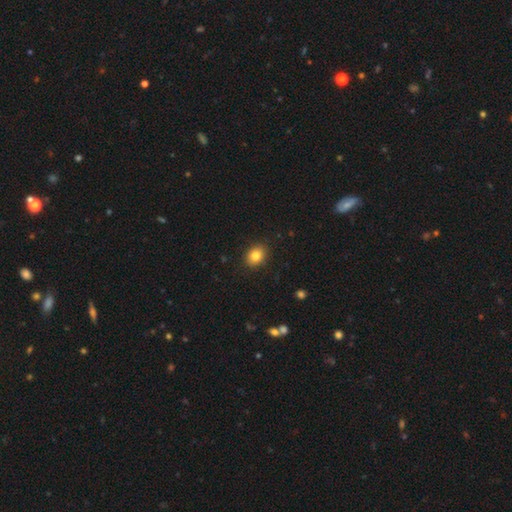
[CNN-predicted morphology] Smooth or featured? smooth (83%)
How rounded? in between (52%)
Merging? none (89%)